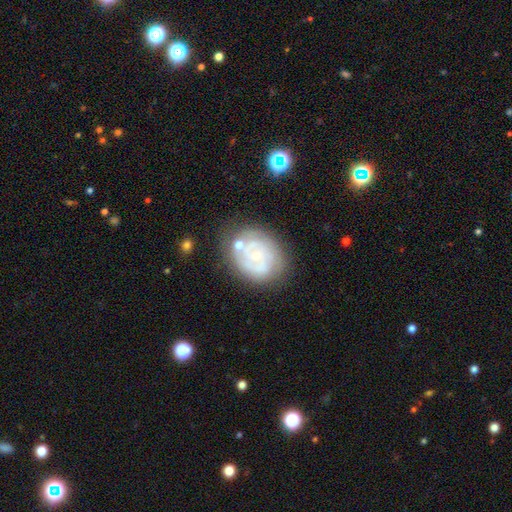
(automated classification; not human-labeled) A featured or disk galaxy (72%) with no bar (76%), tight (68%) spiral arms (83%) and a small central bulge (76%).

Vote fractions:
- Smooth or featured? featured or disk: 72% / smooth: 19% / star or artifact: 8%
- Edge-on disk? no: 97% / yes: 3%
- Bar? no: 76% / weak: 20% / strong: 4%
- Spiral arms? yes: 83% / no: 17%
- Spiral winding? tight: 68% / medium: 25% / loose: 7%
- Spiral arm count? can't tell: 38% / 2: 31% / 3: 15% / 4: 6% / 1: 5% / more than 4: 4%
- Bulge size? small: 76% / moderate: 18% / none: 4% / large: 1% / dominant: 1%
- Merging? none: 68% / minor disturbance: 19% / major disturbance: 7% / merger: 5%